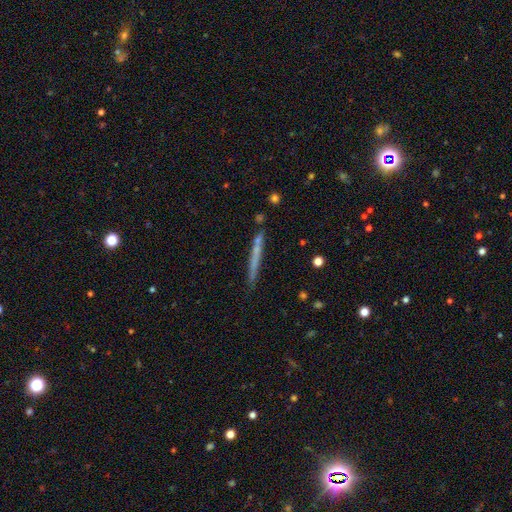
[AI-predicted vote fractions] Smooth or featured: smooth — 52% (featured or disk — 40%)
How rounded: cigar-shaped — 96% (in between — 2%)
Merging: none — 80% (minor disturbance — 12%)